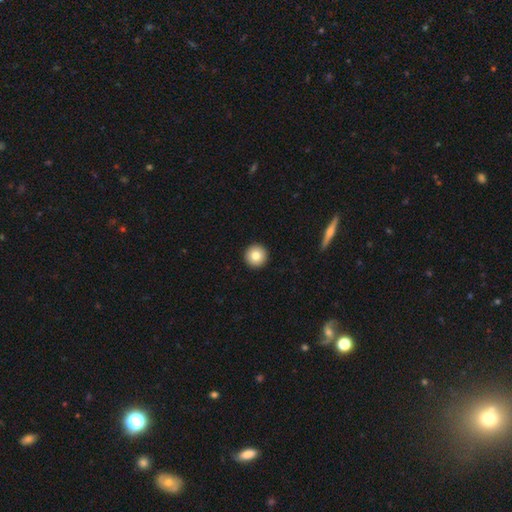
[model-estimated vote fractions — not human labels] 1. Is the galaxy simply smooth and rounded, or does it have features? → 82% smooth, 10% featured or disk, 9% star or artifact.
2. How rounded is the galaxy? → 97% round, 2% in between, 1% cigar-shaped.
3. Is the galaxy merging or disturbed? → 94% none, 4% minor disturbance, 1% major disturbance, 1% merger.